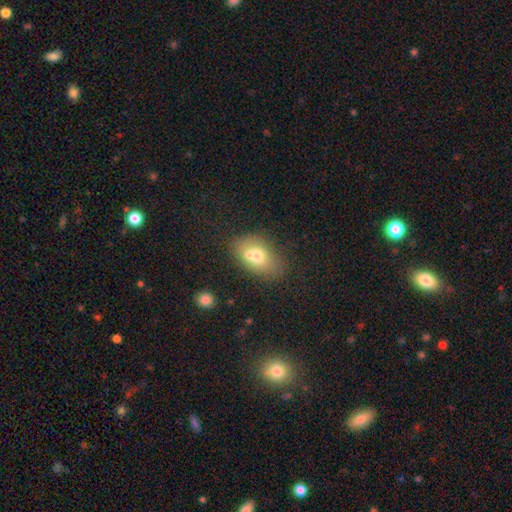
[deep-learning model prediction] This is likely a smooth galaxy (68%). How rounded: likely in between (79%). Merging: marginally merger (42%).